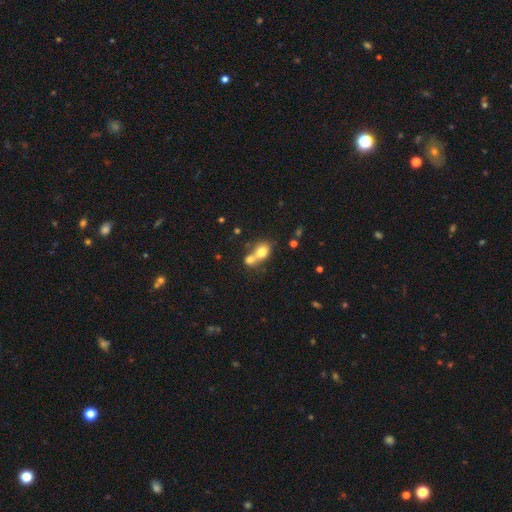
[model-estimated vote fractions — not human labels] Q: Smooth or featured?
A: smooth (71%); runner-up: featured or disk (16%)
Q: How rounded?
A: round (58%); runner-up: in between (40%)
Q: Merging?
A: merger (59%); runner-up: none (31%)